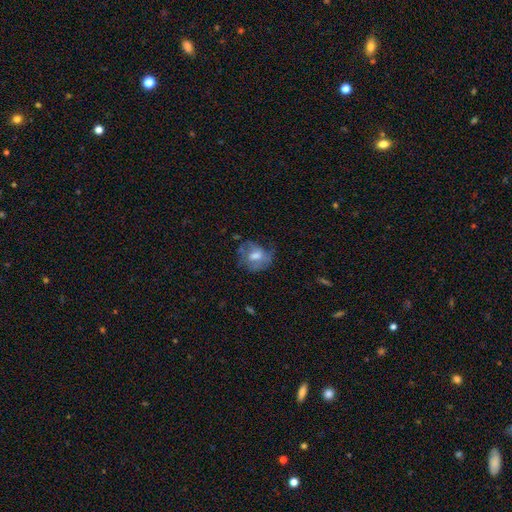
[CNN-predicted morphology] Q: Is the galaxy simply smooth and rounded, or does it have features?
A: featured or disk — 45%.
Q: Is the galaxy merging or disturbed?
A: none — 51%.